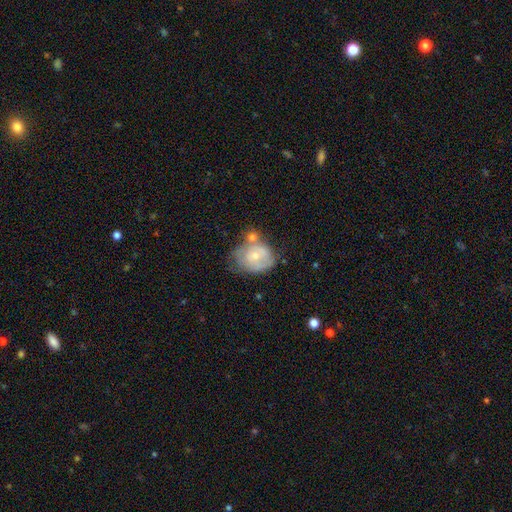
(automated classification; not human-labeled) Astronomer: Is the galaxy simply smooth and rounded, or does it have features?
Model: smooth — 47%, tied with featured or disk at 47%.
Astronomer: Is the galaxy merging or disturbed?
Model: none — 31% (runner-up: merger, 29%).